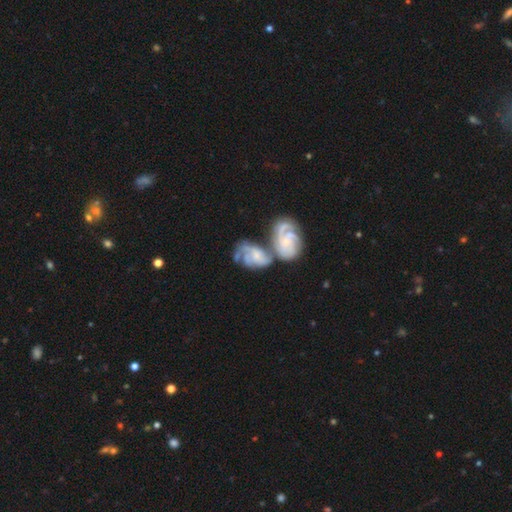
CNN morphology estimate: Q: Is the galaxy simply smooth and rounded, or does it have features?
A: featured or disk — 78%.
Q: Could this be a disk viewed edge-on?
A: no — 97%.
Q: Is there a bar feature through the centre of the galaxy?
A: no — 67%.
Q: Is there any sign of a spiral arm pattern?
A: yes — 92%.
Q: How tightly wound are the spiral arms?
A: tight — 48%.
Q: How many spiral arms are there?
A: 3 — 37%.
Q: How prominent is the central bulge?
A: small — 60%.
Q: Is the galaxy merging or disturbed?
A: merger — 63%.